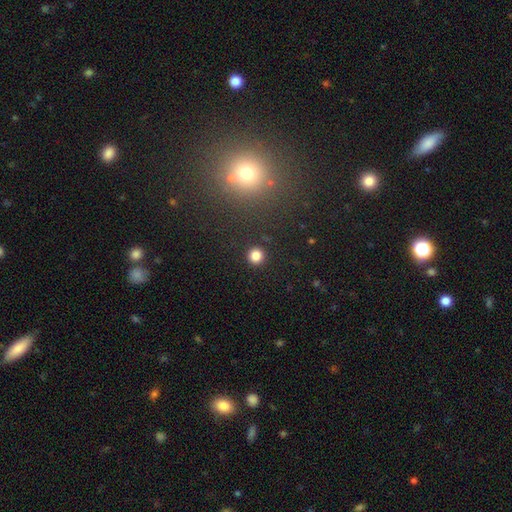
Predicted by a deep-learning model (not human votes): Q: Smooth or featured?
A: smooth (83%); runner-up: star or artifact (13%)
Q: How rounded?
A: round (94%); runner-up: in between (5%)
Q: Merging?
A: none (92%); runner-up: minor disturbance (5%)